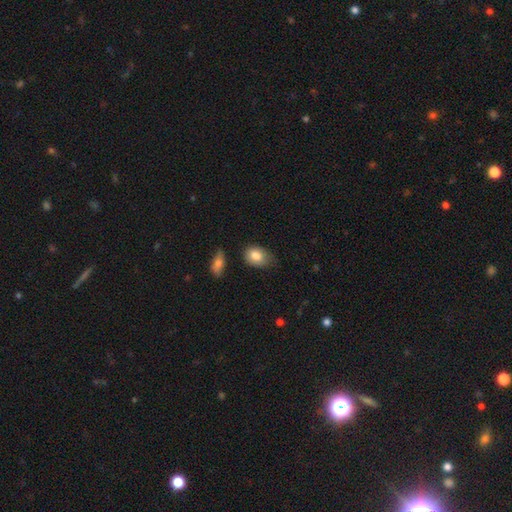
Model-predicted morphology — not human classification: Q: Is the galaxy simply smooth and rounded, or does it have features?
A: smooth — 84%.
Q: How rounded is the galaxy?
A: in between — 75%.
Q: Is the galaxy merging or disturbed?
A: none — 58%.